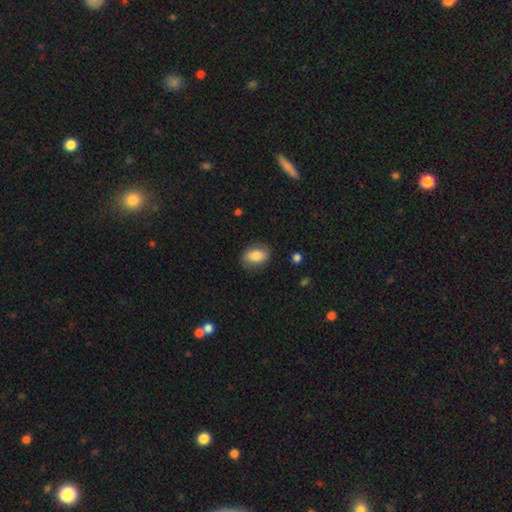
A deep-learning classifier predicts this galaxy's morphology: This is likely a smooth galaxy (80%). How rounded: clearly in between (80%). Merging: clearly none (82%).